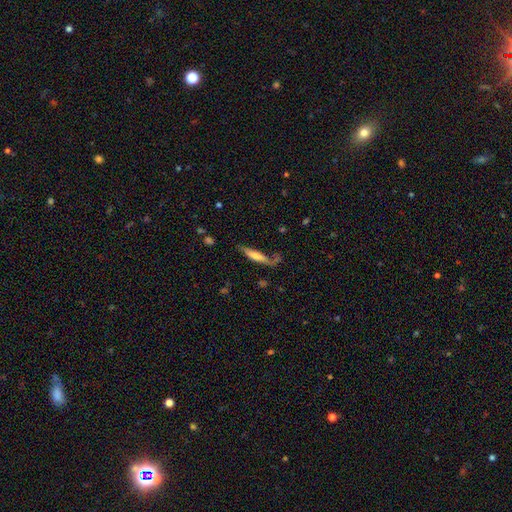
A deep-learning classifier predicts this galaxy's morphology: A smooth galaxy with no disk features (50%) that is cigar-shaped (81%).

Vote fractions:
- Smooth or featured? smooth: 50% / featured or disk: 42% / star or artifact: 7%
- How rounded? cigar-shaped: 81% / in between: 17% / round: 2%
- Merging? none: 54% / minor disturbance: 23% / major disturbance: 15% / merger: 8%